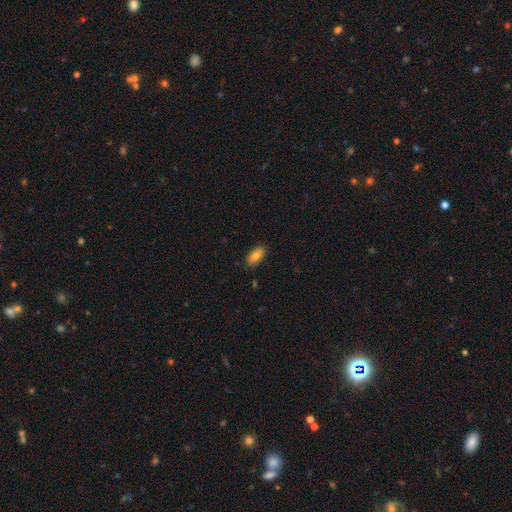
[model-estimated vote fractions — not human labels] Smooth or featured?
  - smooth: 79% *
  - featured or disk: 14%
  - star or artifact: 7%
How rounded?
  - in between: 91% *
  - cigar-shaped: 6%
  - round: 3%
Merging?
  - none: 86% *
  - minor disturbance: 11%
  - major disturbance: 2%
  - merger: 1%